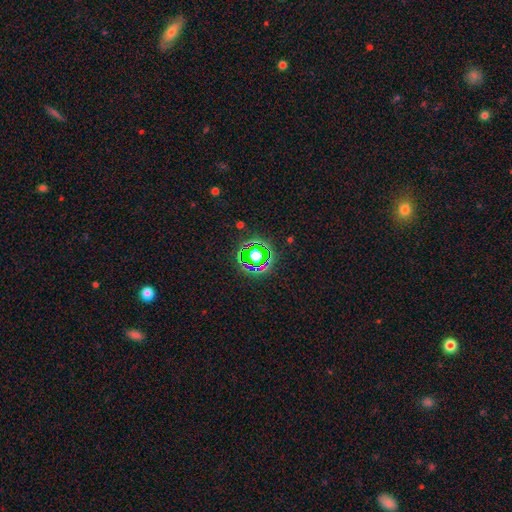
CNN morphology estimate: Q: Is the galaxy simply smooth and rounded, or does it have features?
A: star or artifact — 62%.